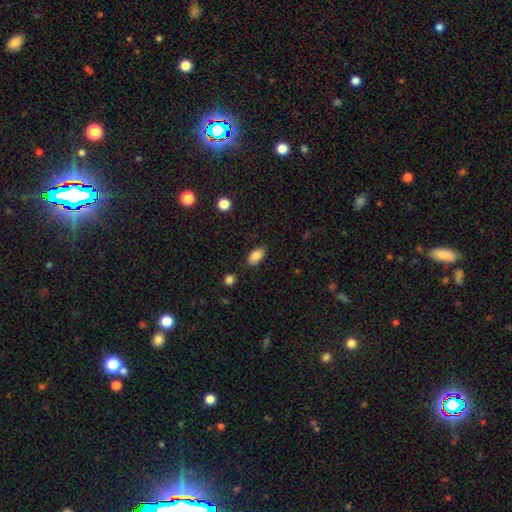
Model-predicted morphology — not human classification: Smooth or featured? Predicted: smooth (p=0.85). How rounded? Predicted: in between (p=0.91). Merging? Predicted: none (p=0.80).